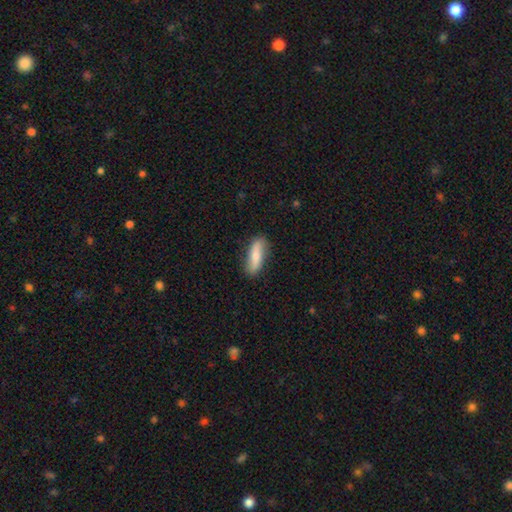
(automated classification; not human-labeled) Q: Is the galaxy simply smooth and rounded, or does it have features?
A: smooth — 66%.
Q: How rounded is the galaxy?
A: in between — 50%.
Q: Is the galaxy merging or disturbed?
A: none — 83%.